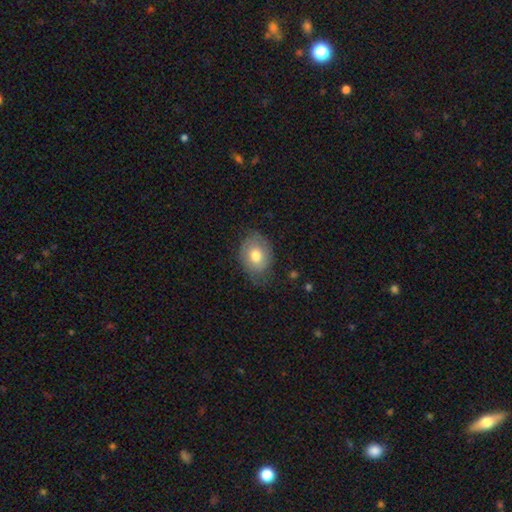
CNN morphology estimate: smooth_or_featured: smooth (p=0.67) [alt: featured or disk p=0.25]
how_rounded: in between (p=0.57) [alt: round p=0.42]
merging: none (p=0.61) [alt: minor disturbance p=0.28]